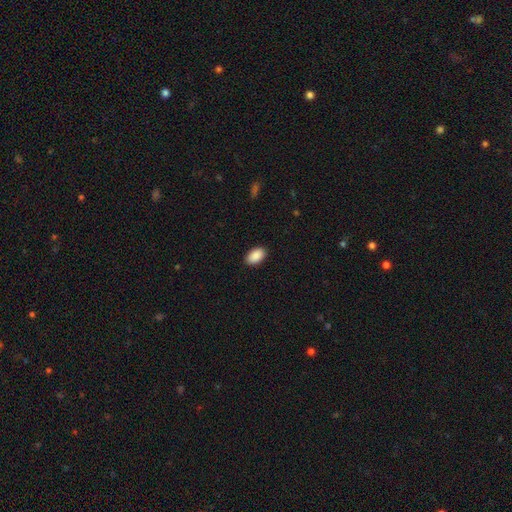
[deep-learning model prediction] smooth 90%, star or artifact 7%, featured or disk 3%. Down the decision tree: how rounded — in between (94%); merging — none (90%).